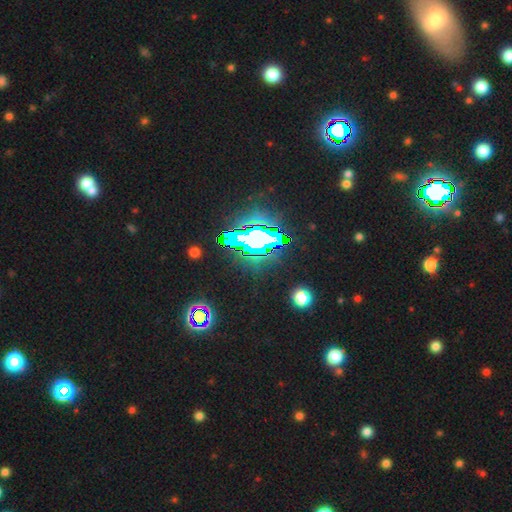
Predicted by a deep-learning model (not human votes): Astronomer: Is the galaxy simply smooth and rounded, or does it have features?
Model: star or artifact — 82%.